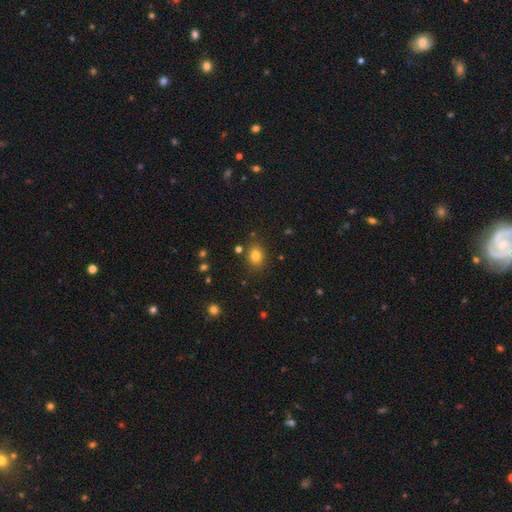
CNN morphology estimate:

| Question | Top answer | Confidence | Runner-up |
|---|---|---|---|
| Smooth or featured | smooth | 79% | star or artifact (14%) |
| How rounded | round | 55% | in between (44%) |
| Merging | none | 83% | minor disturbance (10%) |